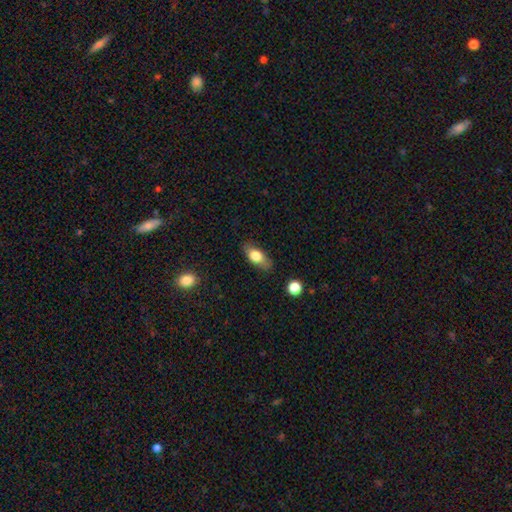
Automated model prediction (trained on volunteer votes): A smooth galaxy with no disk features (71%) that is in between round and cigar-shaped (81%).

Vote fractions:
- Smooth or featured? smooth: 71% / featured or disk: 21% / star or artifact: 7%
- How rounded? in between: 81% / cigar-shaped: 12% / round: 7%
- Merging? none: 78% / minor disturbance: 16% / major disturbance: 4% / merger: 2%